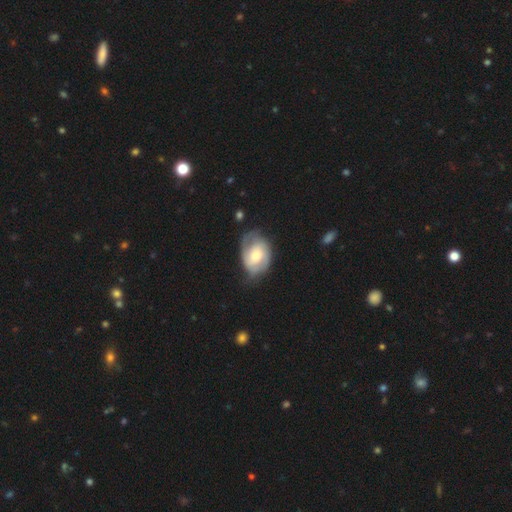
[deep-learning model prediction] featured or disk 60%, smooth 34%, star or artifact 6%. Down the decision tree: edge-on disk — no (97%); bar — no (61%); spiral arms — yes (83%); bulge size — moderate (54%); merging — none (51%).